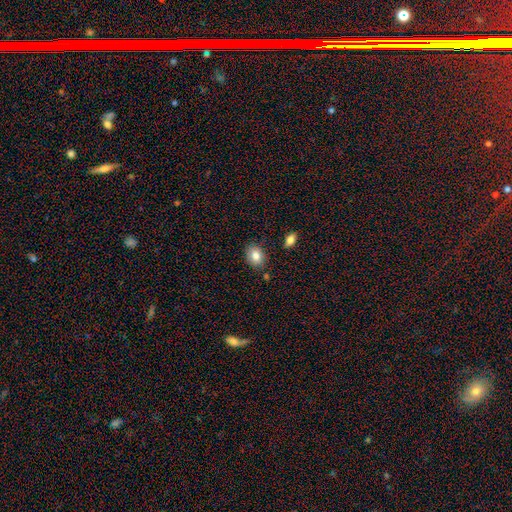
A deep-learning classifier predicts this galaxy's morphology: A smooth galaxy with no disk features (83%) that is in between round and cigar-shaped (63%). Merging: none (82%).